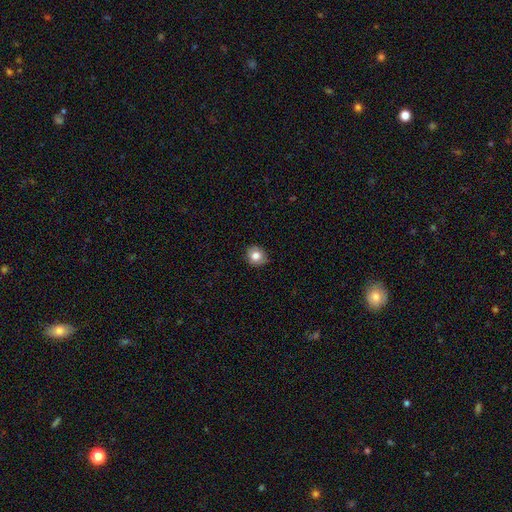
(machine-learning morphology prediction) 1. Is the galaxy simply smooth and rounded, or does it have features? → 81% smooth, 10% star or artifact, 9% featured or disk.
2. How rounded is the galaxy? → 80% round, 19% in between, 1% cigar-shaped.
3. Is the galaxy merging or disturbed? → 85% none, 12% minor disturbance, 2% major disturbance, 1% merger.